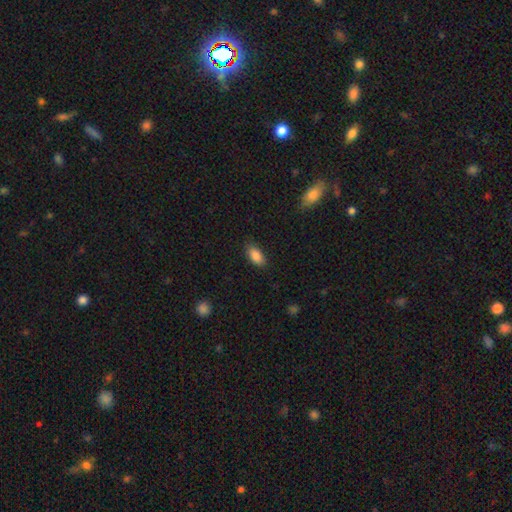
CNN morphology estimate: This appears to be a smooth galaxy with no disk features (88%) that is in between round and cigar-shaped (91%). Merging: none (83%).